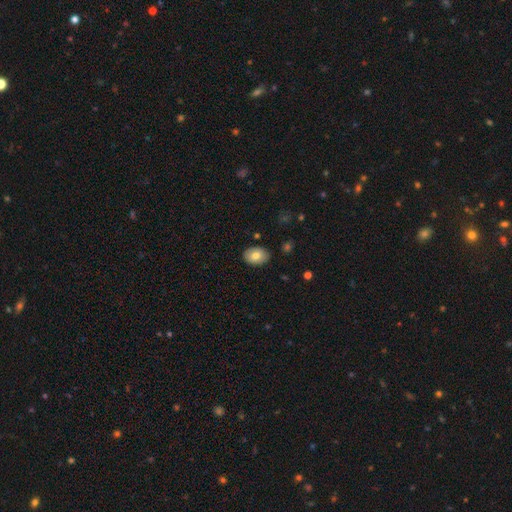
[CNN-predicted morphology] smooth_or_featured: smooth (p=0.78) [alt: featured or disk p=0.15]
how_rounded: in between (p=0.82) [alt: round p=0.17]
merging: none (p=0.87) [alt: minor disturbance p=0.10]